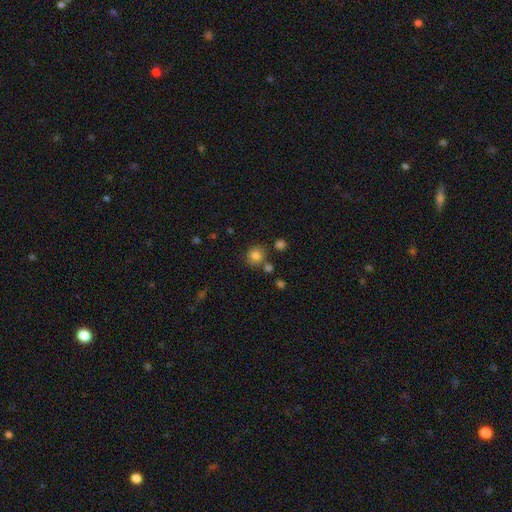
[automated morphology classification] smooth-or-featured: smooth: 81% | star or artifact: 12% | featured or disk: 8%
  how-rounded: round: 86% | in between: 13% | cigar-shaped: 1%
  merging: none: 76% | minor disturbance: 11% | merger: 10% | major disturbance: 3%